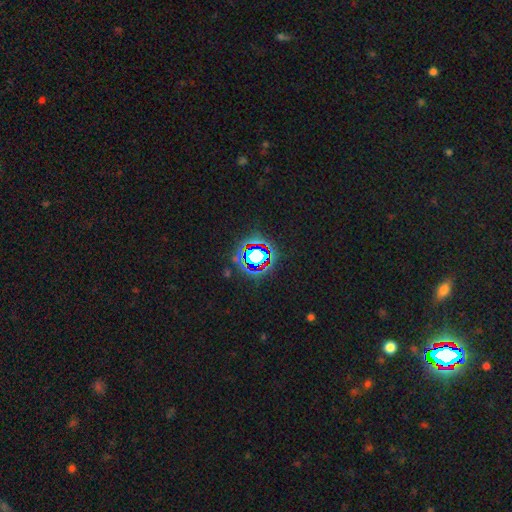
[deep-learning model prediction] Q: Smooth or featured?
A: star or artifact (66%); runner-up: smooth (19%)